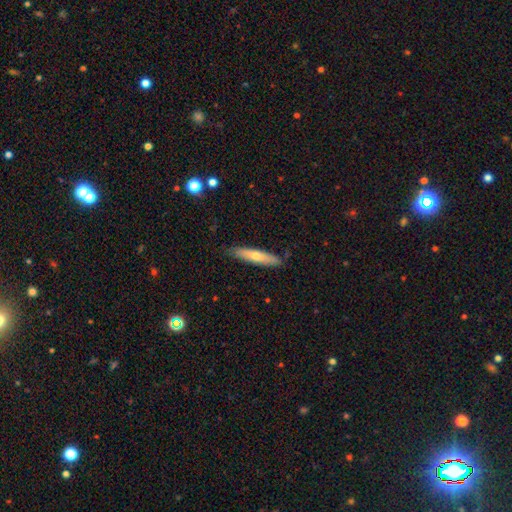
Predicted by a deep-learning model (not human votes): smooth 57%, featured or disk 37%, star or artifact 6%. Down the decision tree: how rounded — cigar-shaped (87%); merging — none (87%).